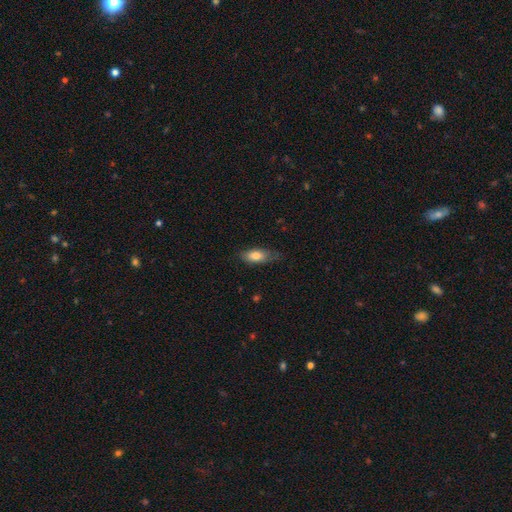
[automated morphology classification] type=smooth (75%); roundness=in between (80%); merging=none (64%).